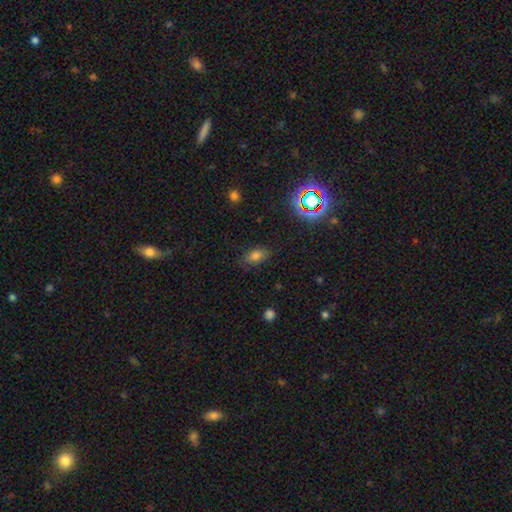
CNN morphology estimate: Smooth or featured? Predicted: smooth (p=0.75). How rounded? Predicted: in between (p=0.86). Merging? Predicted: none (p=0.79).